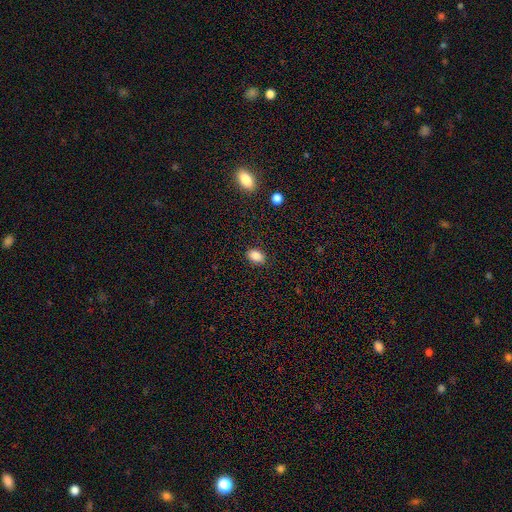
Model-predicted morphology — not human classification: Smooth or featured? Predicted: smooth (p=0.86). How rounded? Predicted: in between (p=0.85). Merging? Predicted: none (p=0.87).